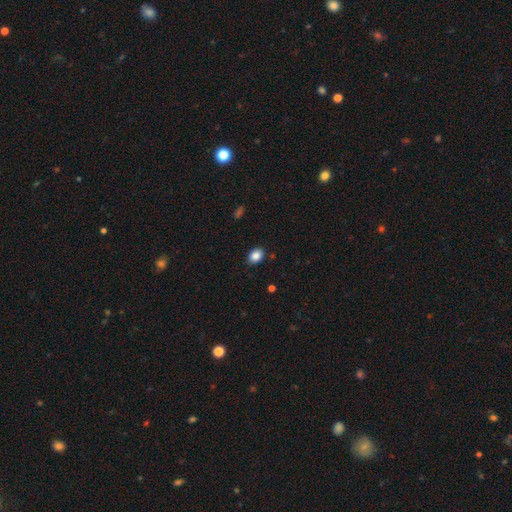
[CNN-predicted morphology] smooth-or-featured: smooth: 87% | star or artifact: 9% | featured or disk: 4%
  how-rounded: in between: 74% | round: 25% | cigar-shaped: 1%
  merging: none: 86% | minor disturbance: 10% | major disturbance: 2% | merger: 1%